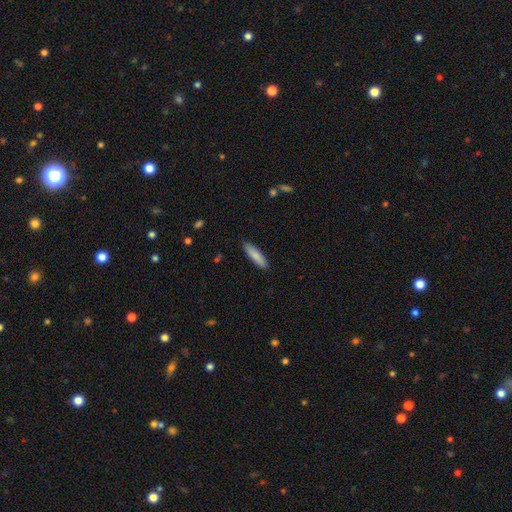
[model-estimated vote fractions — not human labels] smooth 85%, featured or disk 10%, star or artifact 6%. Down the decision tree: how rounded — cigar-shaped (77%); merging — none (89%).